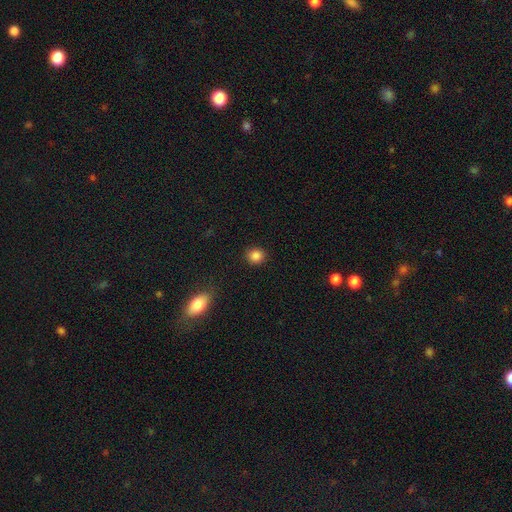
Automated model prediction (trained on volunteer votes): Q: Smooth or featured?
A: smooth (86%); runner-up: star or artifact (11%)
Q: How rounded?
A: round (84%); runner-up: in between (15%)
Q: Merging?
A: none (91%); runner-up: minor disturbance (6%)